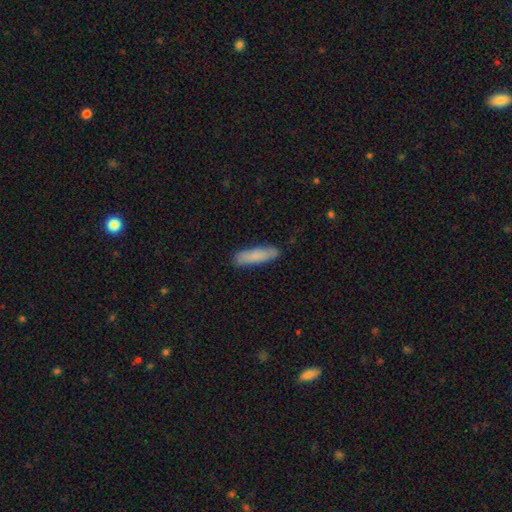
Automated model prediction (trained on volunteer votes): This appears to be a smooth galaxy with no disk features (85%) that is cigar-shaped (77%). Merging: none (86%).